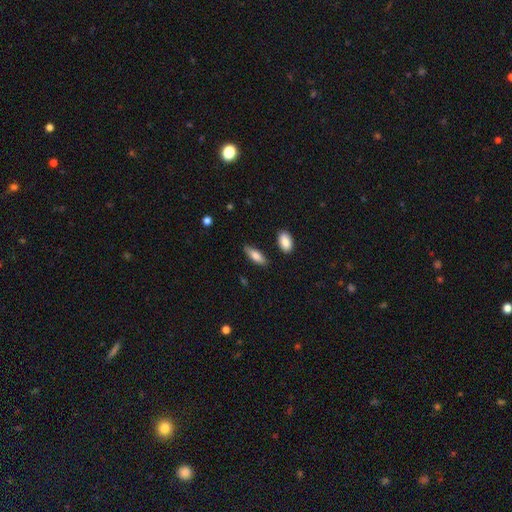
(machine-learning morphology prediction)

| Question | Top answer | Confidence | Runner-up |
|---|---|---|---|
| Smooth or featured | smooth | 78% | featured or disk (16%) |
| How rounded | in between | 66% | cigar-shaped (32%) |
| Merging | none | 81% | minor disturbance (13%) |